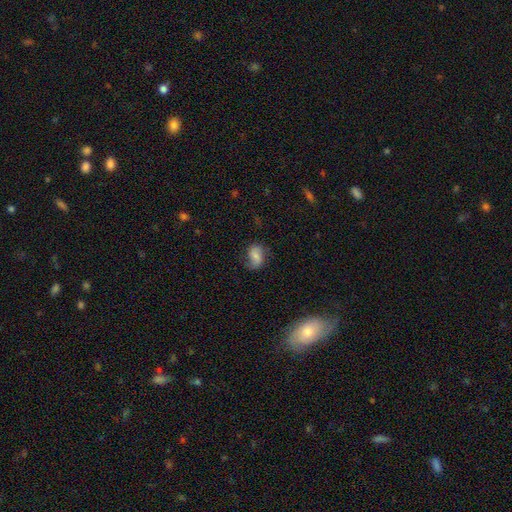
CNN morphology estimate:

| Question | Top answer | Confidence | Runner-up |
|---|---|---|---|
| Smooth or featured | smooth | 46% | featured or disk (45%) |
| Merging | none | 66% | minor disturbance (22%) |